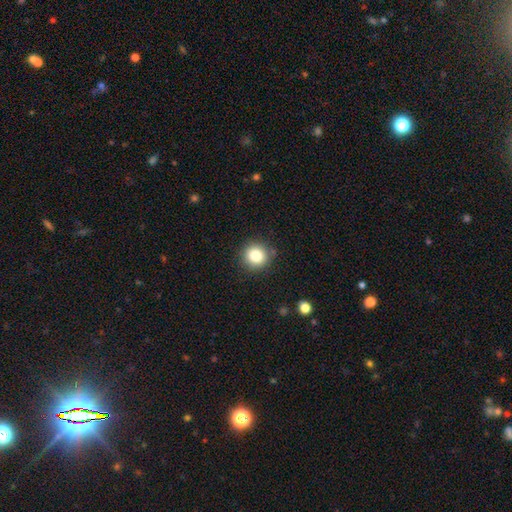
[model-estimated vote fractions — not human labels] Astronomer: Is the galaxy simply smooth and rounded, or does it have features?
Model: smooth — 81%.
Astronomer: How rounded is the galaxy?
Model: round — 93%.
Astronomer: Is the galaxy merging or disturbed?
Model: none — 88%.